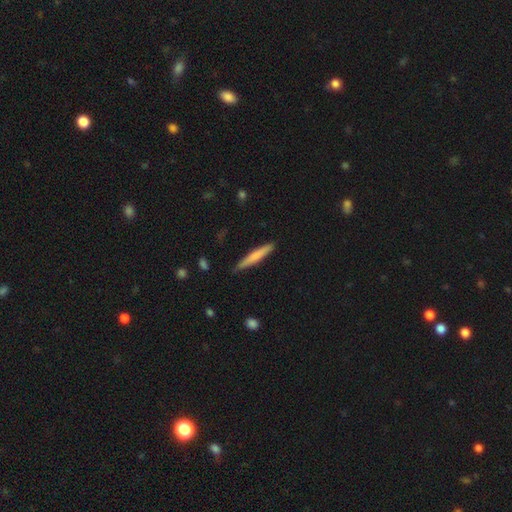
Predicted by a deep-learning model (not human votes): Morphology: type=smooth (67%); roundness=cigar-shaped (95%); merging=none (87%).